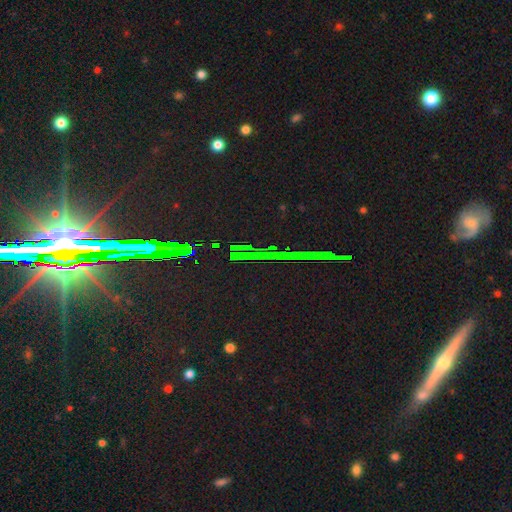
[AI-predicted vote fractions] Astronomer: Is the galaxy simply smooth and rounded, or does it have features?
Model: star or artifact — 82%.